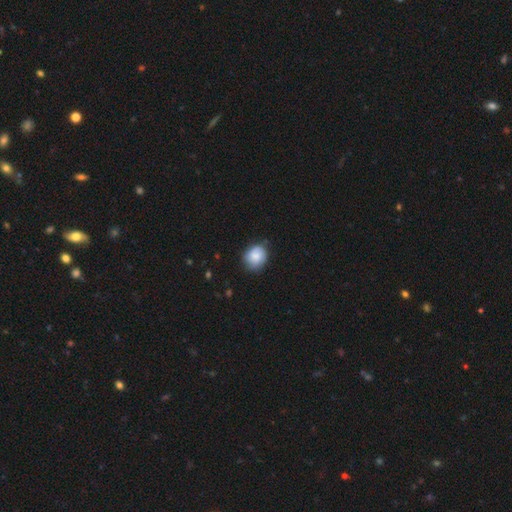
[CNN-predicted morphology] Overall: smooth (76%). How rounded: round (69%; in between 30%). Merging: none (68%).